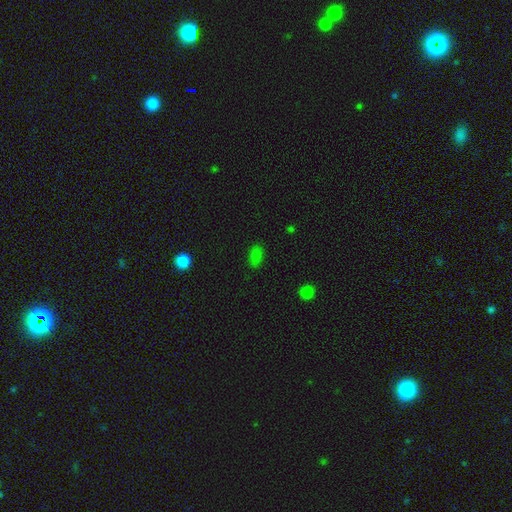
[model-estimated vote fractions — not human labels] A smooth galaxy with no disk features (78%) that is in between round and cigar-shaped (88%).

Vote fractions:
- Smooth or featured? smooth: 78% / star or artifact: 18% / featured or disk: 4%
- How rounded? in between: 88% / round: 9% / cigar-shaped: 3%
- Merging? none: 83% / minor disturbance: 12% / major disturbance: 3% / merger: 2%